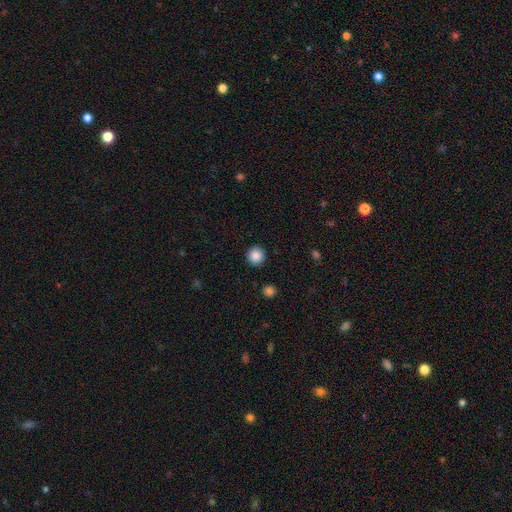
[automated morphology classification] Smooth or featured? smooth (87%)
How rounded? round (95%)
Merging? none (92%)